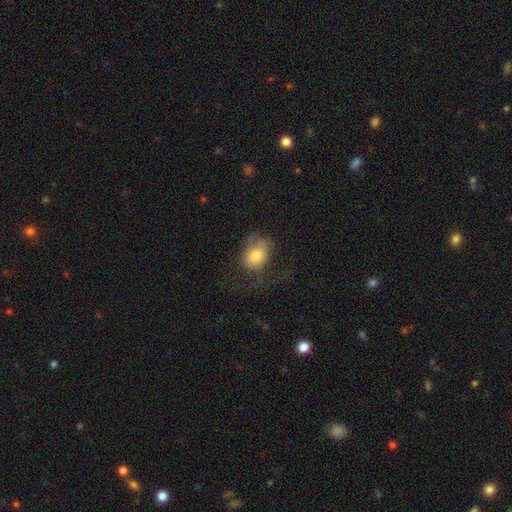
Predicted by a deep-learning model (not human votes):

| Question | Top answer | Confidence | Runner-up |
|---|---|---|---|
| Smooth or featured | smooth | 76% | featured or disk (15%) |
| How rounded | in between | 71% | round (28%) |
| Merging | none | 42% | major disturbance (30%) |